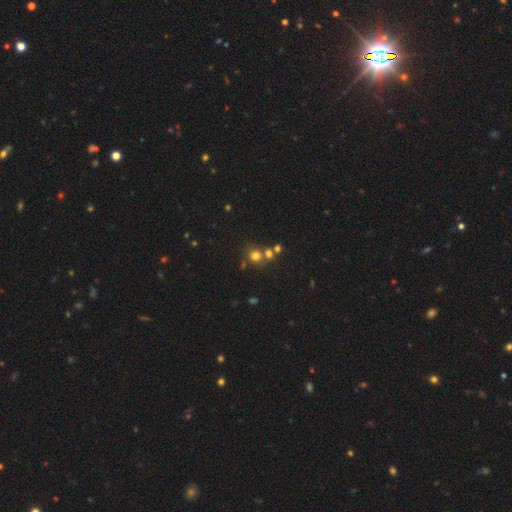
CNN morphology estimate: Q: Smooth or featured?
A: smooth (70%); runner-up: star or artifact (20%)
Q: How rounded?
A: round (87%); runner-up: in between (12%)
Q: Merging?
A: none (61%); runner-up: merger (27%)